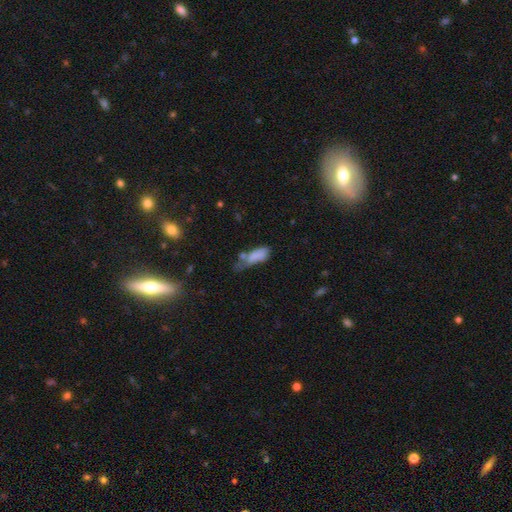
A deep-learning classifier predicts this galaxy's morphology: type=smooth (75%); roundness=in between (75%); merging=major disturbance (31%).